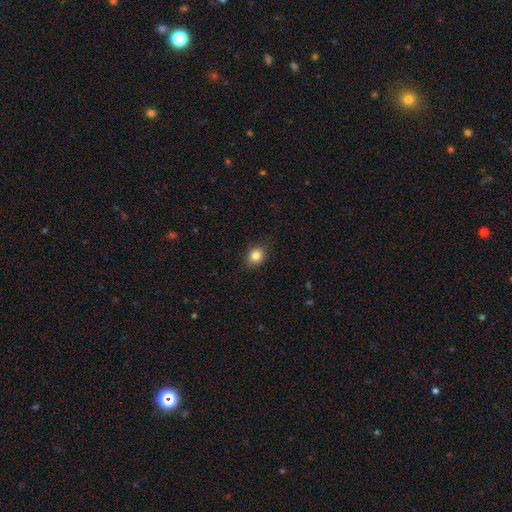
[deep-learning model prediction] Smooth or featured?
  - smooth: 85% *
  - star or artifact: 10%
  - featured or disk: 5%
How rounded?
  - round: 68% *
  - in between: 31%
  - cigar-shaped: 1%
Merging?
  - none: 87% *
  - minor disturbance: 10%
  - major disturbance: 2%
  - merger: 1%